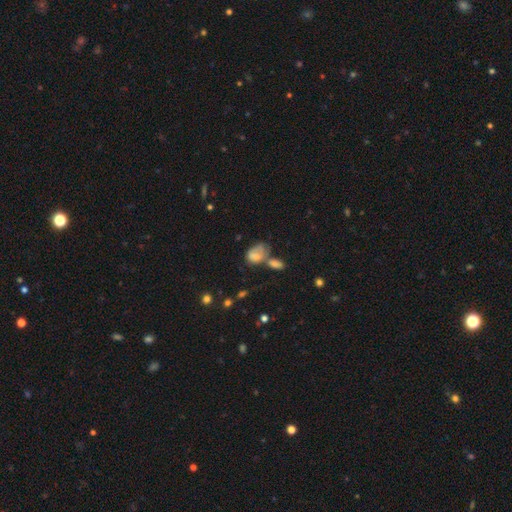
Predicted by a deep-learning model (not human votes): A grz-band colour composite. It shows a smooth galaxy with no disk features (64%) that is in between round and cigar-shaped (76%). Merging: merger (35%).